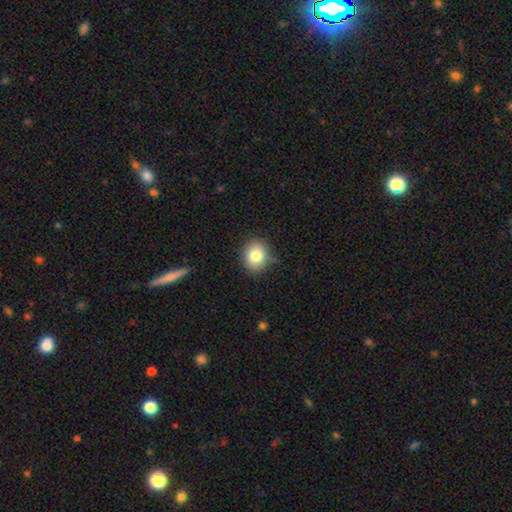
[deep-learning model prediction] smooth_or_featured: smooth (p=0.82) [alt: star or artifact p=0.10]
how_rounded: round (p=0.64) [alt: in between p=0.35]
merging: none (p=0.84) [alt: minor disturbance p=0.12]